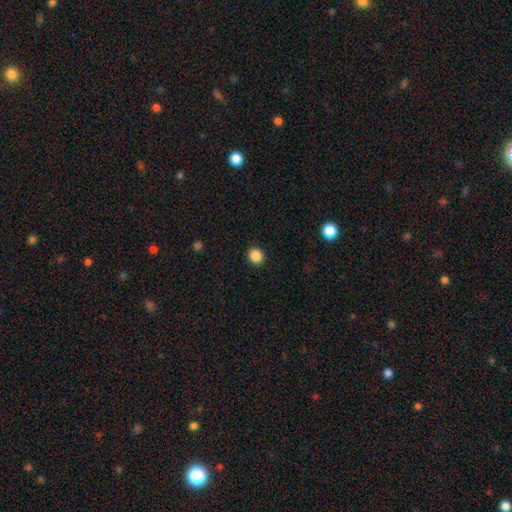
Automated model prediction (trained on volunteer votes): This appears to be a smooth galaxy with no disk features (87%) that is round (90%). Merging: none (92%).